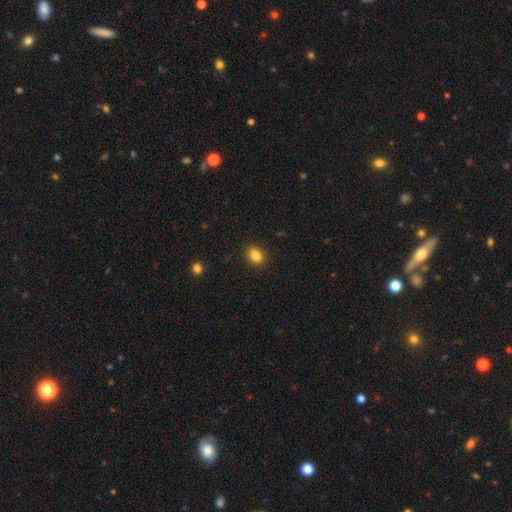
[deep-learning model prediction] Smooth or featured? Predicted: smooth (p=0.84). How rounded? Predicted: in between (p=0.64). Merging? Predicted: none (p=0.87).